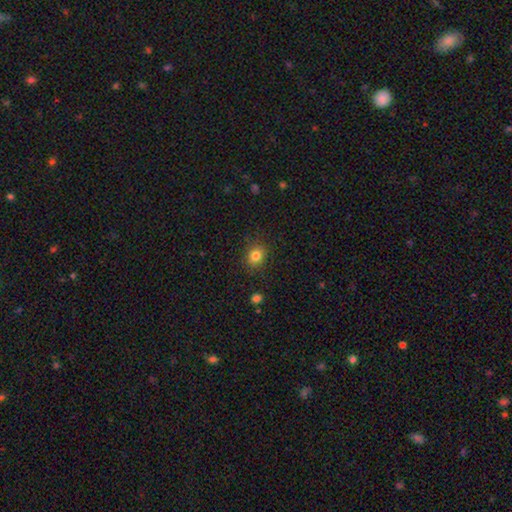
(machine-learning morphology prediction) The model was most divided on "how rounded": round: 74%, in between: 25%, cigar-shaped: 1%. More confident: merging — none (87%); smooth or featured — smooth (82%).